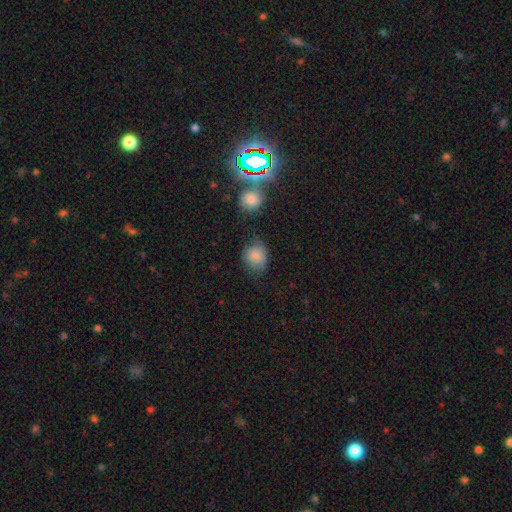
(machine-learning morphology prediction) This is clearly a smooth galaxy (83%). How rounded: likely round (68%). Merging: possibly none (59%).